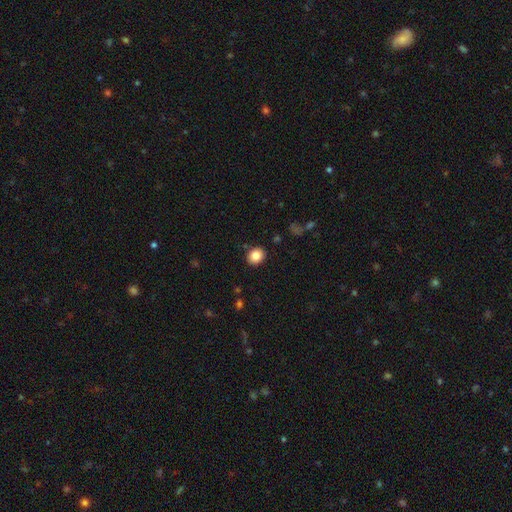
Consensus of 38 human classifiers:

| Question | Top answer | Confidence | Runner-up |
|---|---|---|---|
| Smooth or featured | smooth | 87% | featured or disk (8%) |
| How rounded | round | 48% | tied: in between (48%) |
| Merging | none | 81% | minor disturbance (8%) |